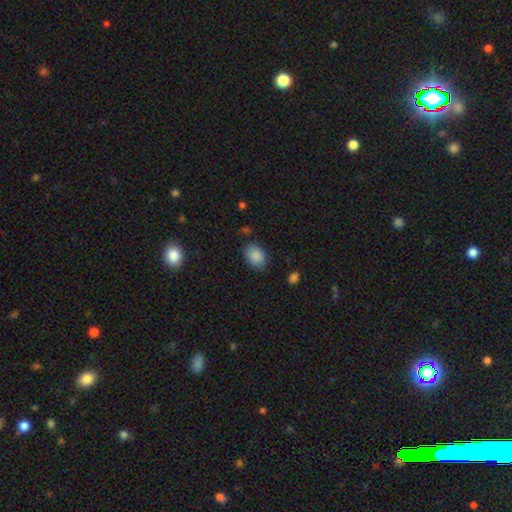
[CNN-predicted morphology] This appears to be a smooth galaxy with no disk features (88%) that is in between round and cigar-shaped (75%). Merging: none (79%).